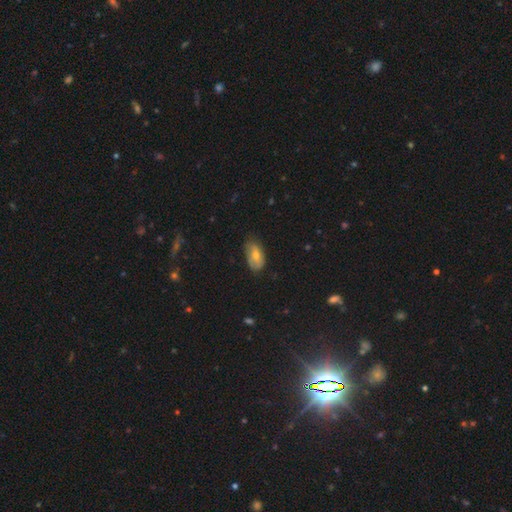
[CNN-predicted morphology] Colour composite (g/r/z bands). It shows a smooth galaxy with no disk features (64%) that is in between round and cigar-shaped (93%). Merging: none (61%).